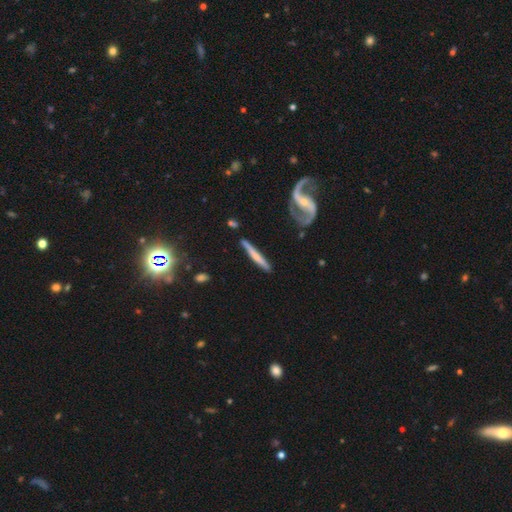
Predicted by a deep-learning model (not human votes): This appears to be a featured or disk galaxy (54%) viewed edge-on (86%). Merging: none (81%).